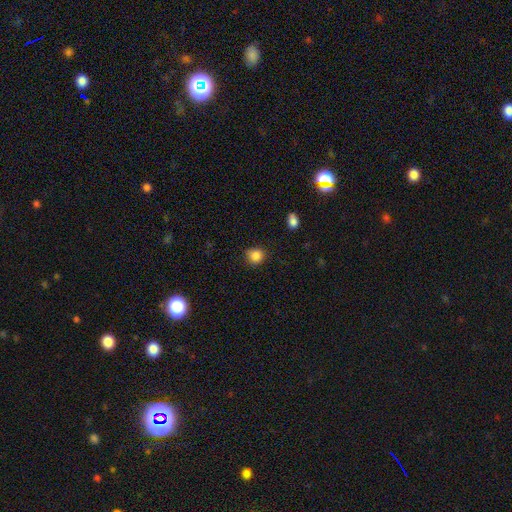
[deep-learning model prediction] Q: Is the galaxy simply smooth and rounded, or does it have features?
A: smooth — 86%.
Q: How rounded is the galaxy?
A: round — 87%.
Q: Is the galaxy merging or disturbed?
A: none — 81%.